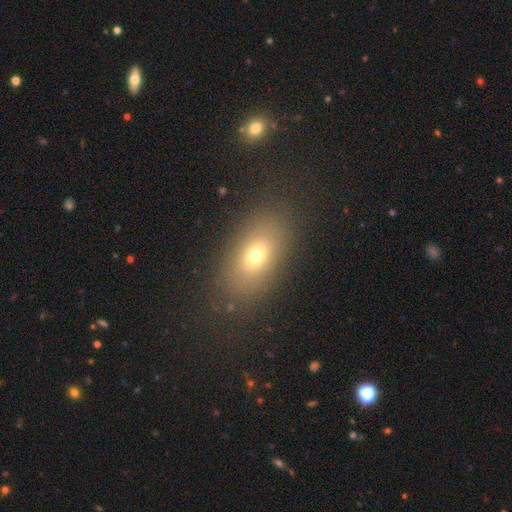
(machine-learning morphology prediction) Q: Smooth or featured?
A: smooth (68%); runner-up: featured or disk (18%)
Q: How rounded?
A: in between (83%); runner-up: round (13%)
Q: Merging?
A: none (82%); runner-up: minor disturbance (10%)